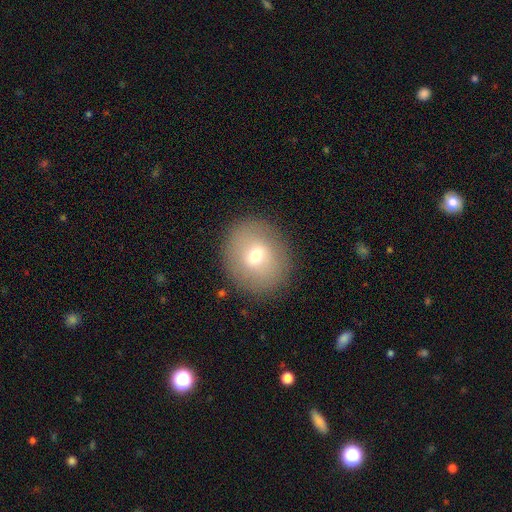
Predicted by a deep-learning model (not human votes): Q: Smooth or featured?
A: smooth (65%); runner-up: featured or disk (24%)
Q: How rounded?
A: round (80%); runner-up: in between (19%)
Q: Merging?
A: none (87%); runner-up: minor disturbance (8%)